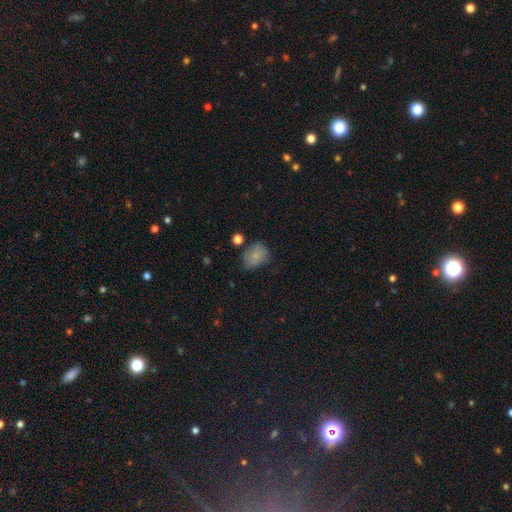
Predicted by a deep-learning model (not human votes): Overall: smooth (75%). How rounded: in between (55%; round 44%). Merging: none (56%; minor disturbance 28%).